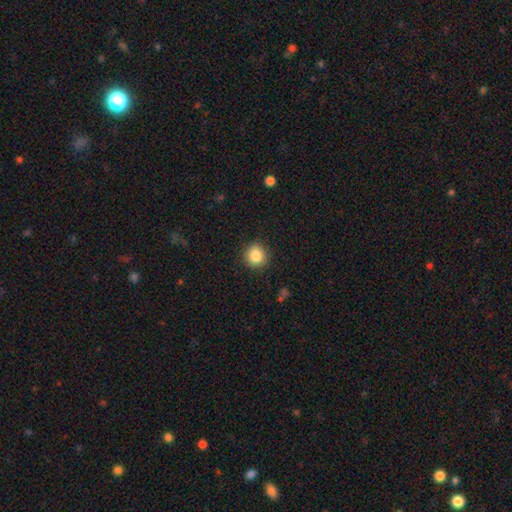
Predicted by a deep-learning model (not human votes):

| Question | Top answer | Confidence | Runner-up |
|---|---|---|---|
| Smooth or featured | smooth | 85% | star or artifact (10%) |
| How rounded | round | 89% | in between (10%) |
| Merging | none | 89% | minor disturbance (8%) |